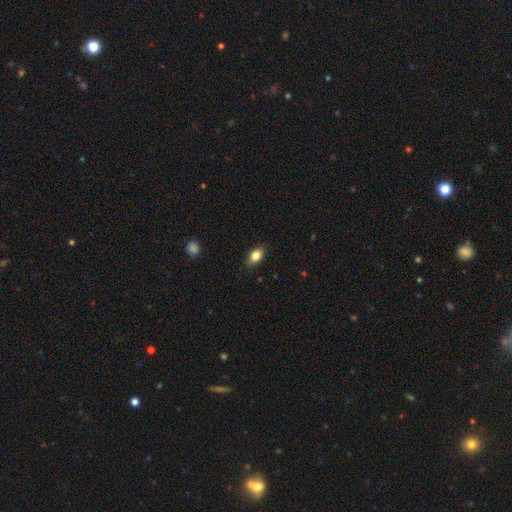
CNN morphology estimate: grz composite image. It shows a smooth galaxy with no disk features (81%) that is in between round and cigar-shaped (83%). Merging: none (84%).